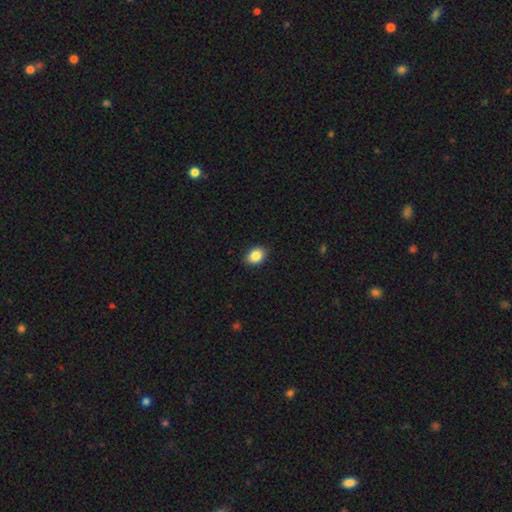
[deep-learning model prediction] A smooth galaxy with no disk features (87%) that is in between round and cigar-shaped (68%). Merging: none (89%).